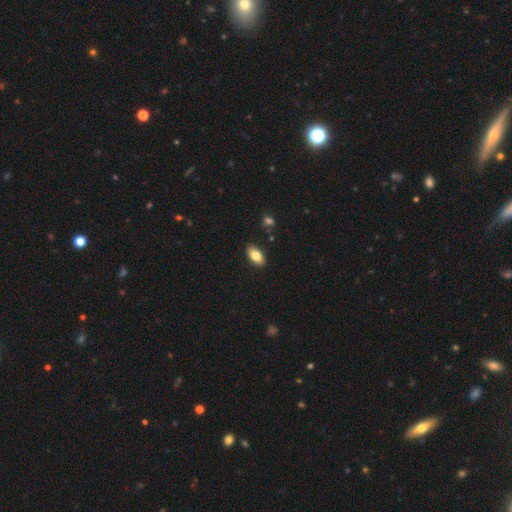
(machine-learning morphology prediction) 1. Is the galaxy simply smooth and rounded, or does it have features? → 80% smooth, 13% featured or disk, 7% star or artifact.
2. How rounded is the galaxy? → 91% in between, 5% cigar-shaped, 4% round.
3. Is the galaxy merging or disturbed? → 88% none, 9% minor disturbance, 2% major disturbance, 1% merger.